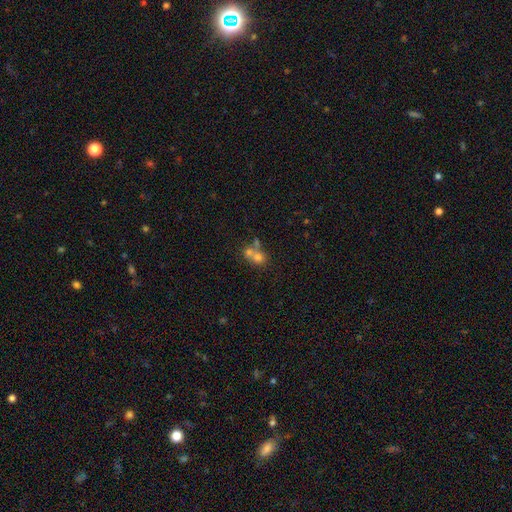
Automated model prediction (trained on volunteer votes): Q: Smooth or featured?
A: smooth (66%); runner-up: featured or disk (20%)
Q: How rounded?
A: round (73%); runner-up: in between (26%)
Q: Merging?
A: merger (60%); runner-up: none (30%)